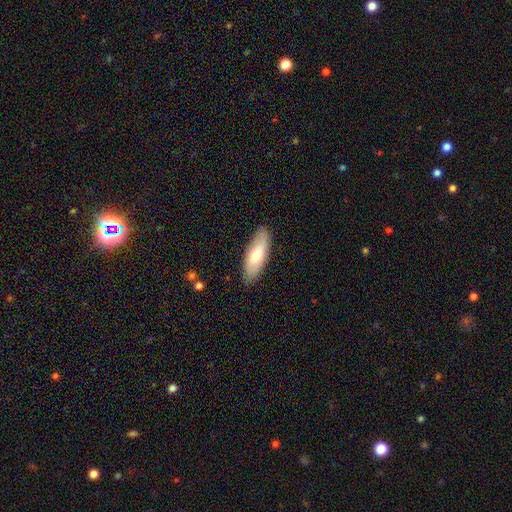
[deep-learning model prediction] Overall: smooth (67%; featured or disk 28%). How rounded: in between (65%; cigar-shaped 33%). Merging: none (85%).